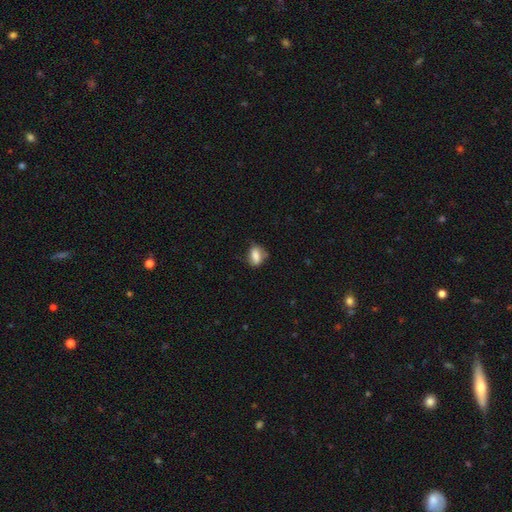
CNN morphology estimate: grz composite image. It shows a smooth galaxy with no disk features (77%) that is in between round and cigar-shaped (79%). Merging: none (53%).